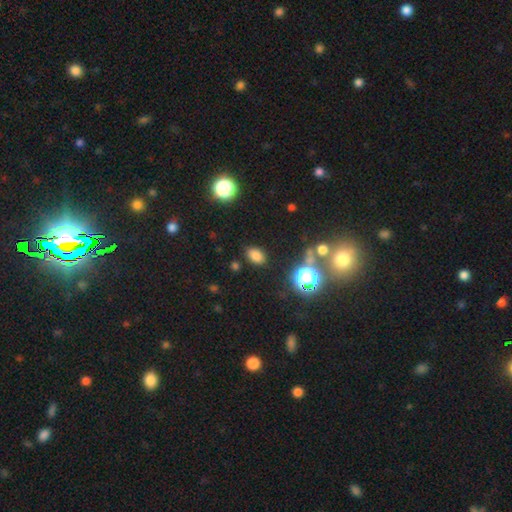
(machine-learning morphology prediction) smooth-or-featured: smooth: 76% | star or artifact: 18% | featured or disk: 6%
  how-rounded: in between: 80% | round: 19% | cigar-shaped: 1%
  merging: none: 84% | minor disturbance: 10% | major disturbance: 3% | merger: 3%